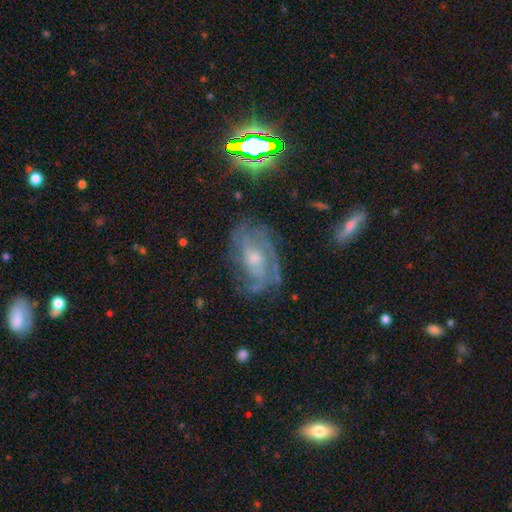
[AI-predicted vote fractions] A featured or disk galaxy (75%) with no bar (60%), tight (53%) spiral arms (91%) and a small central bulge (48%). Merging: none (67%).